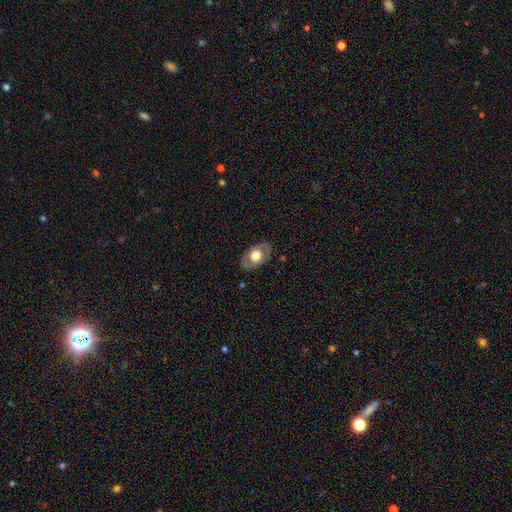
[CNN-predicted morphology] Smooth or featured?
  - featured or disk: 49% *
  - smooth: 45%
  - star or artifact: 6%
Merging?
  - none: 82% *
  - minor disturbance: 13%
  - major disturbance: 4%
  - merger: 1%